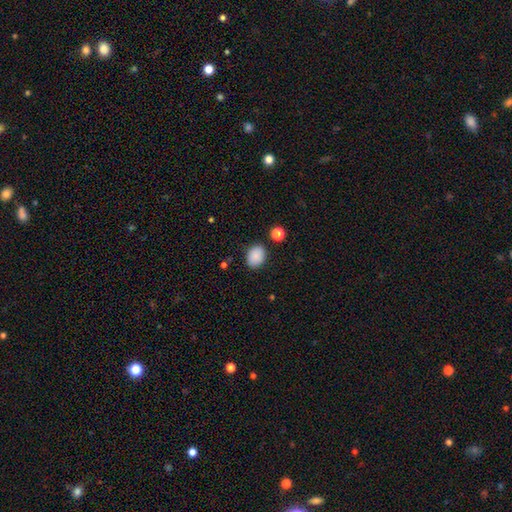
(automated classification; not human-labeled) Overall: smooth (89%). How rounded: in between (69%; round 30%). Merging: none (84%).